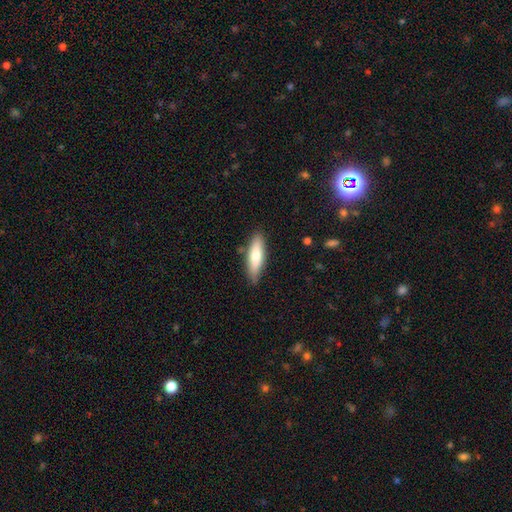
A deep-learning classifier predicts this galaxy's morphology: smooth-or-featured: smooth: 70% | featured or disk: 24% | star or artifact: 6%
  how-rounded: cigar-shaped: 58% | in between: 40% | round: 2%
  merging: none: 84% | minor disturbance: 12% | major disturbance: 2% | merger: 2%